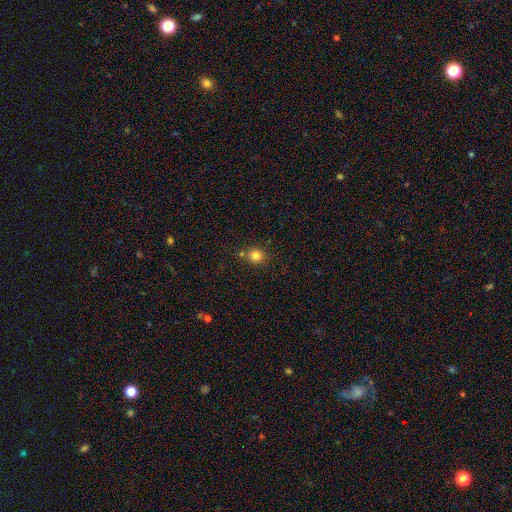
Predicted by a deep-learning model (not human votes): Q: Smooth or featured?
A: smooth (82%); runner-up: star or artifact (12%)
Q: How rounded?
A: round (84%); runner-up: in between (15%)
Q: Merging?
A: none (76%); runner-up: merger (11%)